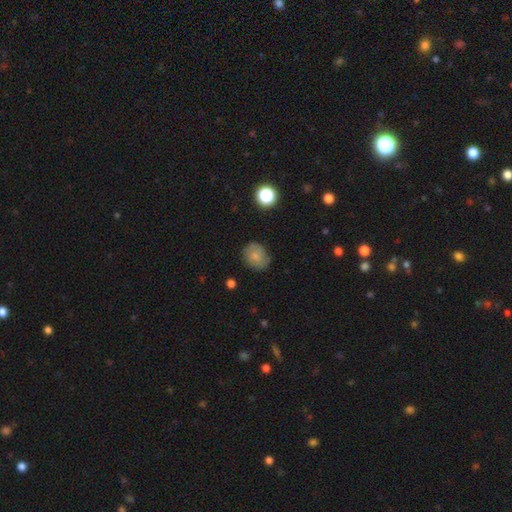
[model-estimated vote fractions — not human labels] Smooth or featured?
  - smooth: 67% *
  - featured or disk: 23%
  - star or artifact: 10%
How rounded?
  - round: 54% *
  - in between: 45%
  - cigar-shaped: 1%
Merging?
  - none: 76% *
  - minor disturbance: 18%
  - major disturbance: 5%
  - merger: 2%